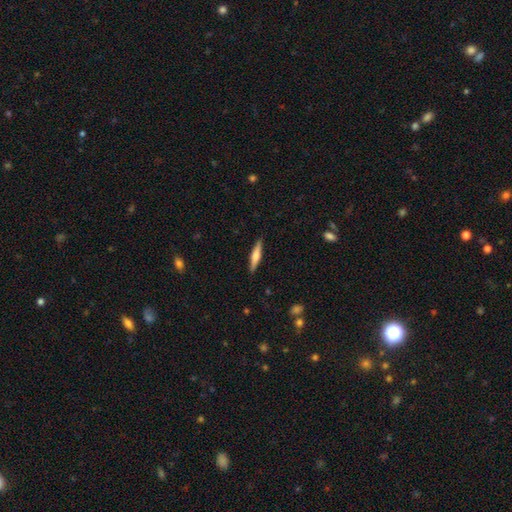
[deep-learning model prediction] Smooth or featured? smooth (50%)
How rounded? cigar-shaped (85%)
Merging? none (89%)